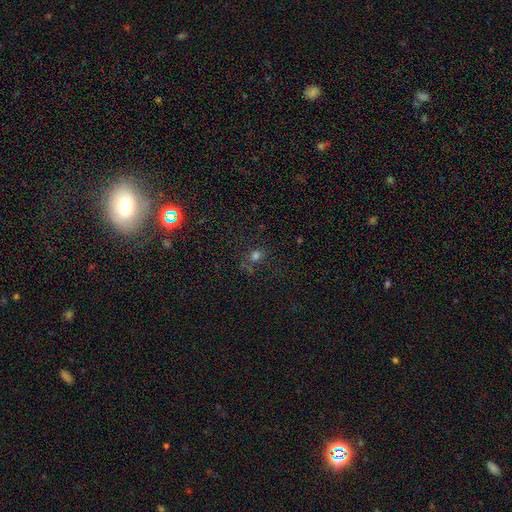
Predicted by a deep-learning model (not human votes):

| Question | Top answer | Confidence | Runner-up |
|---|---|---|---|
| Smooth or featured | smooth | 64% | star or artifact (28%) |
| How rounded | round | 66% | in between (33%) |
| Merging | none | 68% | minor disturbance (15%) |